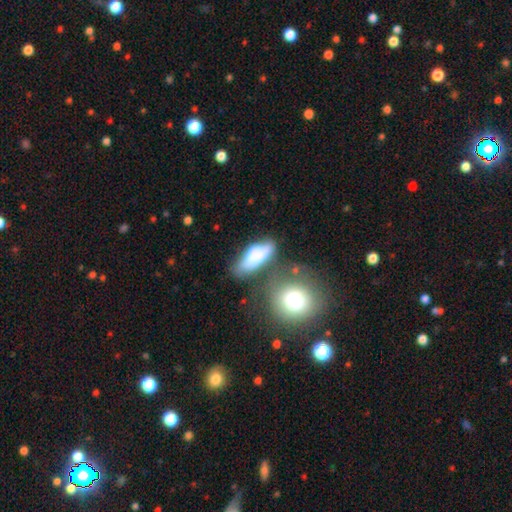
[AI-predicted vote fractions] A smooth galaxy with no disk features (62%) that is in between round and cigar-shaped (72%). Merging: none (40%).